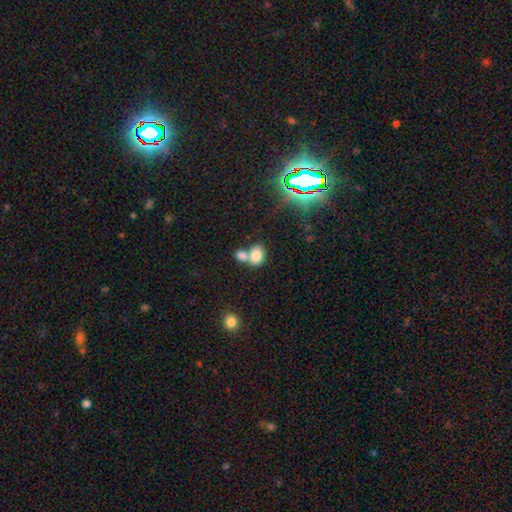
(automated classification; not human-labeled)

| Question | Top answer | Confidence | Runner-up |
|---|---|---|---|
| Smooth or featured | smooth | 79% | star or artifact (11%) |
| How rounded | in between | 71% | round (28%) |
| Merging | merger | 55% | none (32%) |